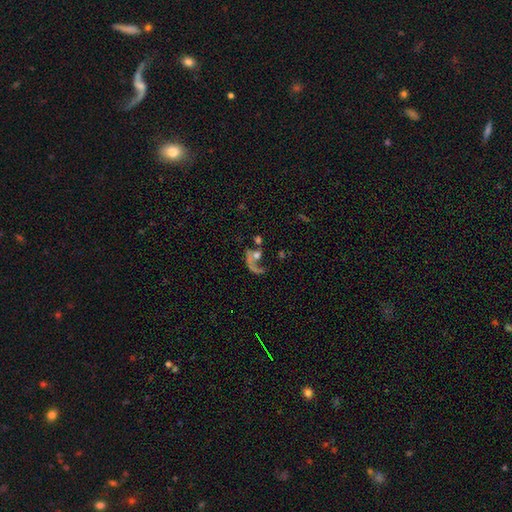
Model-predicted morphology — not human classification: A featured or disk galaxy (50%). Merging: major disturbance (36%).